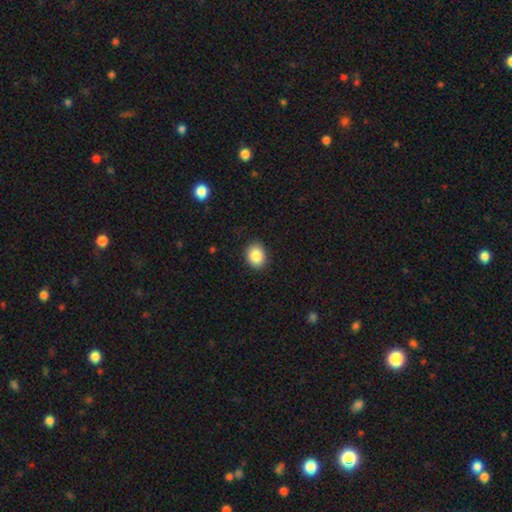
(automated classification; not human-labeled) Smooth or featured: smooth — 87% (star or artifact — 8%)
How rounded: in between — 52% (round — 47%)
Merging: none — 89% (minor disturbance — 8%)